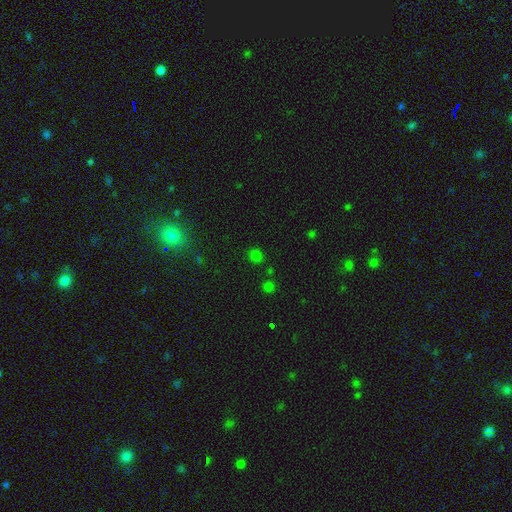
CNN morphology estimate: smooth 69%, star or artifact 27%, featured or disk 4%. Down the decision tree: how rounded — round (85%); merging — none (84%).